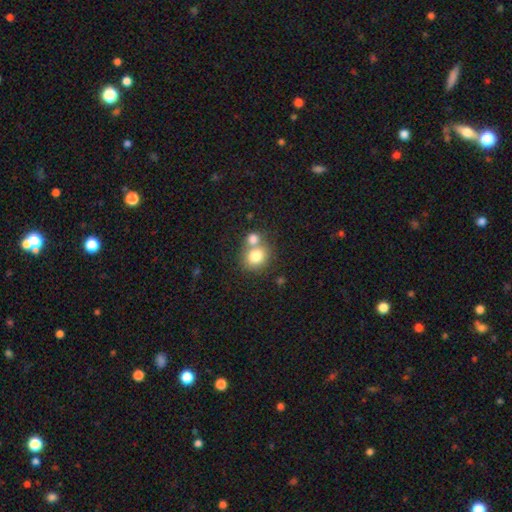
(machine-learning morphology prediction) A smooth galaxy with no disk features (78%) that is round (74%).

Vote fractions:
- Smooth or featured? smooth: 78% / featured or disk: 12% / star or artifact: 10%
- How rounded? round: 74% / in between: 25% / cigar-shaped: 1%
- Merging? merger: 45% / none: 44% / minor disturbance: 8% / major disturbance: 3%